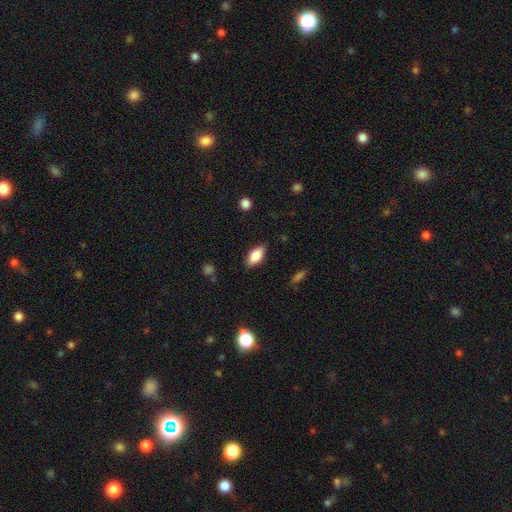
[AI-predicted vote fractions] A smooth galaxy with no disk features (81%) that is in between round and cigar-shaped (89%).

Vote fractions:
- Smooth or featured? smooth: 81% / featured or disk: 12% / star or artifact: 7%
- How rounded? in between: 89% / cigar-shaped: 7% / round: 4%
- Merging? none: 84% / minor disturbance: 13% / major disturbance: 3% / merger: 1%